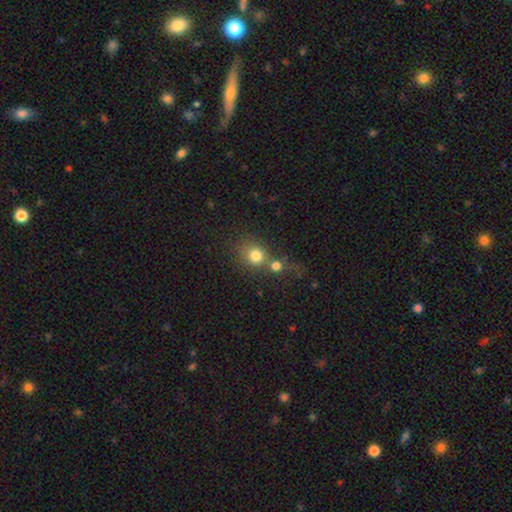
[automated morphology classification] The model was most divided on "merging" (2-way tie): merger: 43%, none: 43%, minor disturbance: 9%, major disturbance: 5%. More confident: how rounded — round (82%); smooth or featured — smooth (78%).